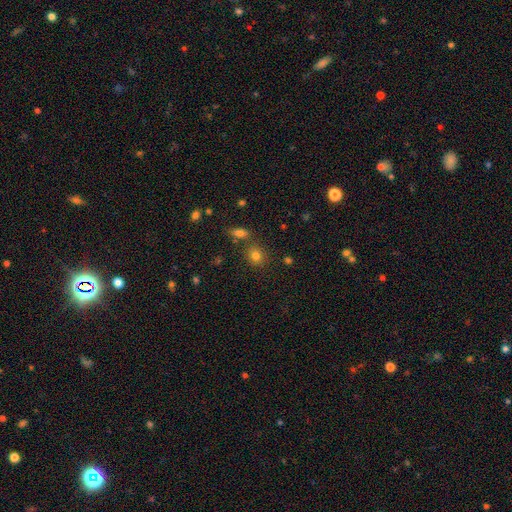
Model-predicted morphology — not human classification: Smooth or featured?
  - smooth: 80% *
  - star or artifact: 13%
  - featured or disk: 7%
How rounded?
  - round: 68% *
  - in between: 30%
  - cigar-shaped: 1%
Merging?
  - none: 73% *
  - merger: 14%
  - minor disturbance: 10%
  - major disturbance: 3%